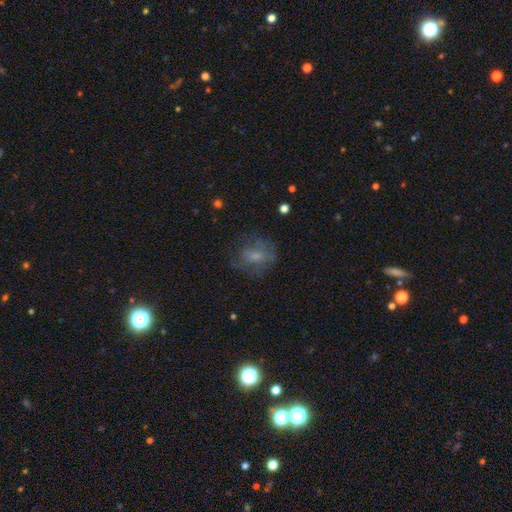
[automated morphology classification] A smooth galaxy with no disk features (50%) that is round (56%). Merging: none (59%).